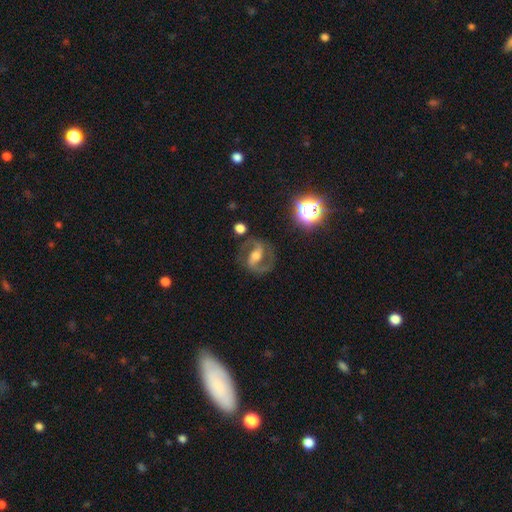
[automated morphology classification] Smooth or featured: featured or disk — 82% (smooth — 9%)
Edge-on disk: no — 96% (yes — 4%)
Bar: strong — 52% (weak — 32%)
Spiral arms: yes — 93% (no — 7%)
Spiral winding: medium — 58% (tight — 23%)
Spiral arm count: 2 — 91% (can't tell — 3%)
Bulge size: moderate — 62% (small — 27%)
Merging: none — 80% (minor disturbance — 12%)